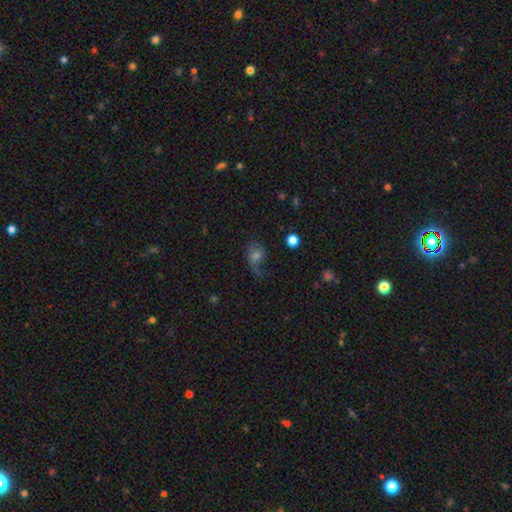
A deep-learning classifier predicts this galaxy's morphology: The model was most divided on "merging": none: 39%, major disturbance: 33%, minor disturbance: 24%, merger: 3%. Remaining: smooth or featured — smooth (46%).